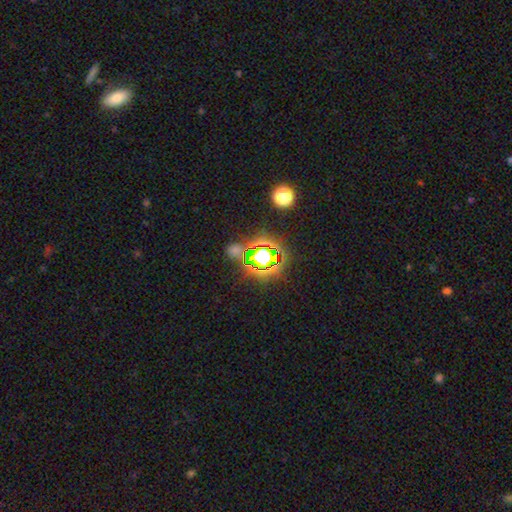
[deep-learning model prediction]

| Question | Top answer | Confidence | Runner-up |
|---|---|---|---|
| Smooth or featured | star or artifact | 78% | smooth (14%) |